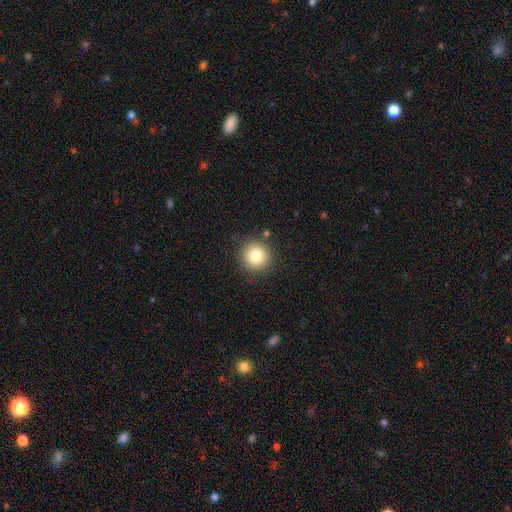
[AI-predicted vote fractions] Smooth or featured?
  - smooth: 82% *
  - star or artifact: 11%
  - featured or disk: 7%
How rounded?
  - round: 94% *
  - in between: 5%
  - cigar-shaped: 1%
Merging?
  - none: 87% *
  - minor disturbance: 8%
  - major disturbance: 3%
  - merger: 2%